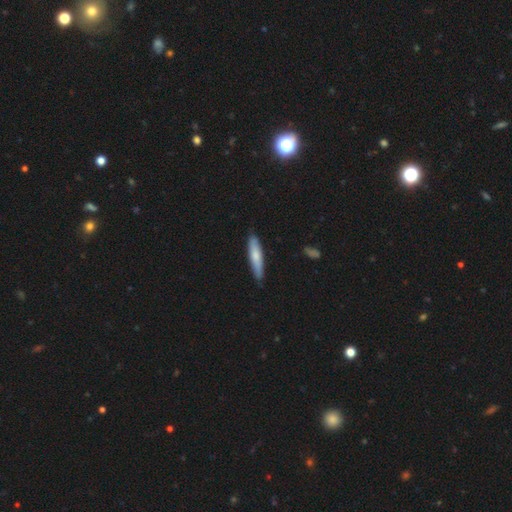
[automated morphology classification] smooth 69%, featured or disk 26%, star or artifact 5%. Down the decision tree: how rounded — cigar-shaped (86%); merging — none (84%).